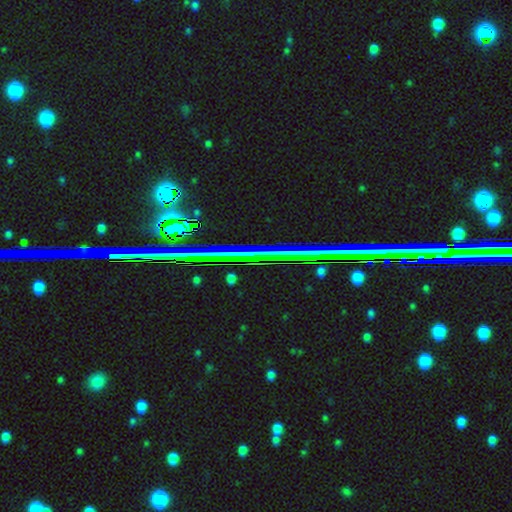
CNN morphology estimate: This is likely a star or artifact rather than a galaxy (77%).